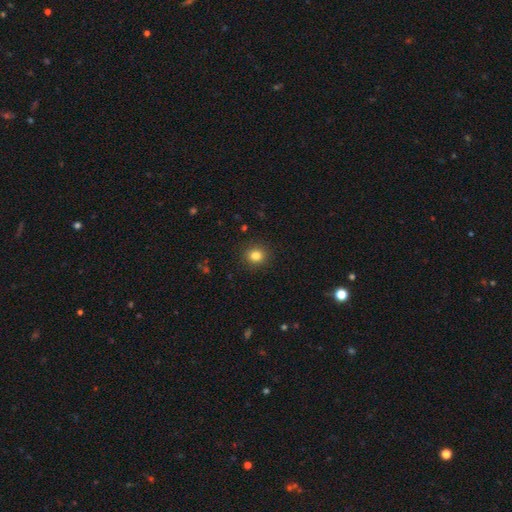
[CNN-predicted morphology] Overall: smooth (83%). How rounded: round (85%). Merging: none (90%).